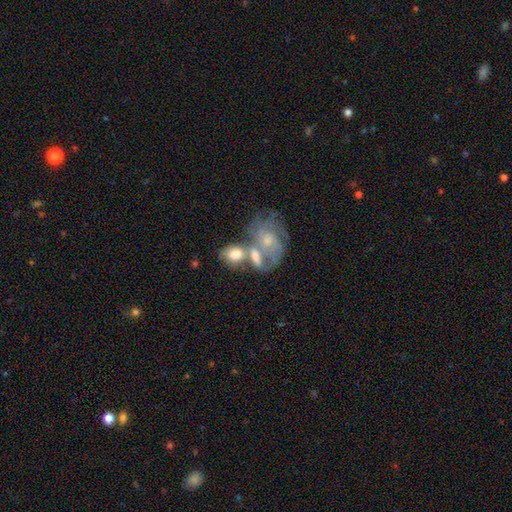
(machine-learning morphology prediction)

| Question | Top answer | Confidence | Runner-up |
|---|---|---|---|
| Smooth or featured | featured or disk | 52% | smooth (40%) |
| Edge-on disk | no | 96% | yes (4%) |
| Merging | merger | 52% | none (24%) |